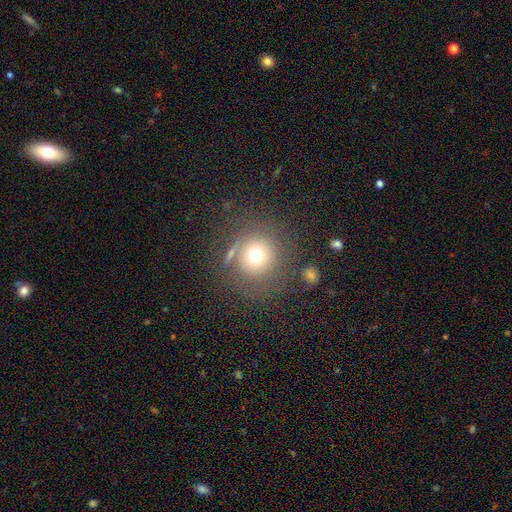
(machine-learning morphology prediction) A smooth galaxy with no disk features (69%) that is round (92%). Merging: none (70%).